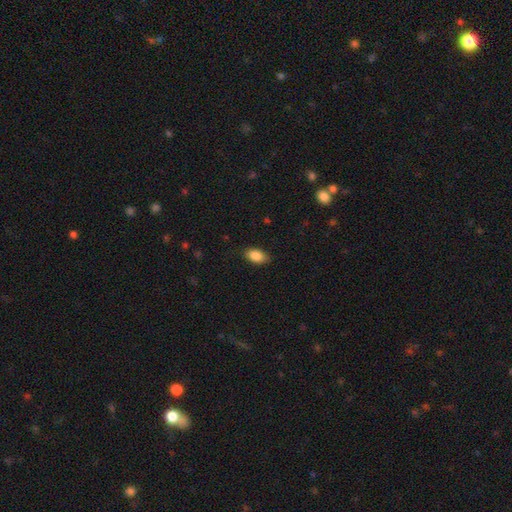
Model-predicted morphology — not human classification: This appears to be a smooth galaxy with no disk features (87%) that is in between round and cigar-shaped (90%). Merging: none (84%).